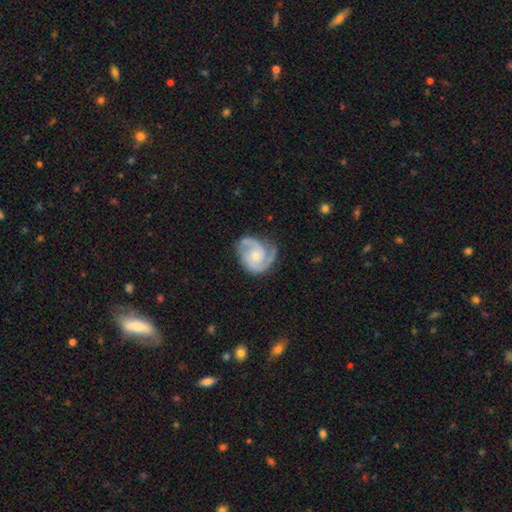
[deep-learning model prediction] A featured or disk galaxy (85%) with no bar (69%), 2 (72%) medium (46%) spiral arms (97%) and a small central bulge (53%). Merging: none (69%).